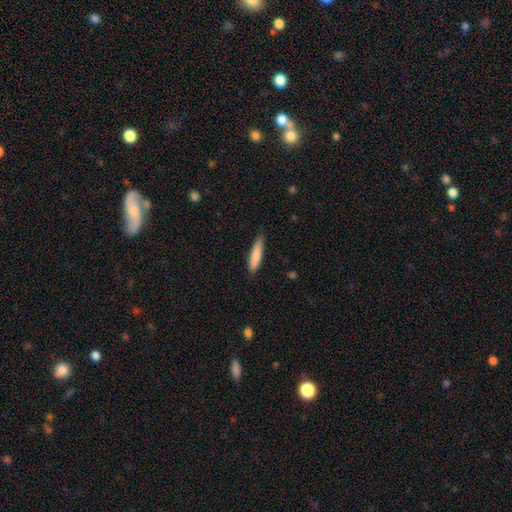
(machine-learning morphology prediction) Q: Smooth or featured?
A: smooth (83%); runner-up: featured or disk (11%)
Q: How rounded?
A: cigar-shaped (84%); runner-up: in between (15%)
Q: Merging?
A: none (81%); runner-up: minor disturbance (16%)